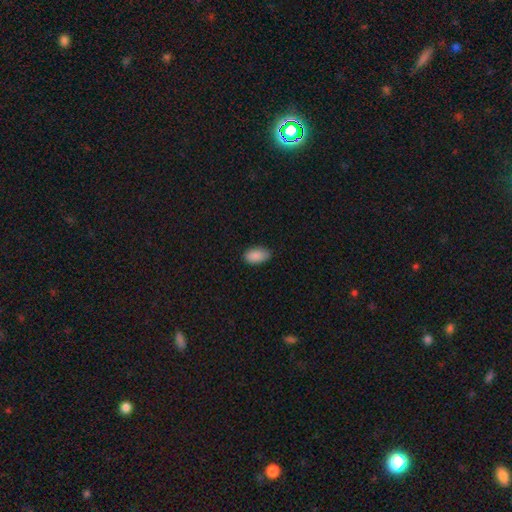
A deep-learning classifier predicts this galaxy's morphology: Smooth or featured: smooth — 89% (star or artifact — 7%)
How rounded: in between — 93% (round — 5%)
Merging: none — 78% (minor disturbance — 19%)